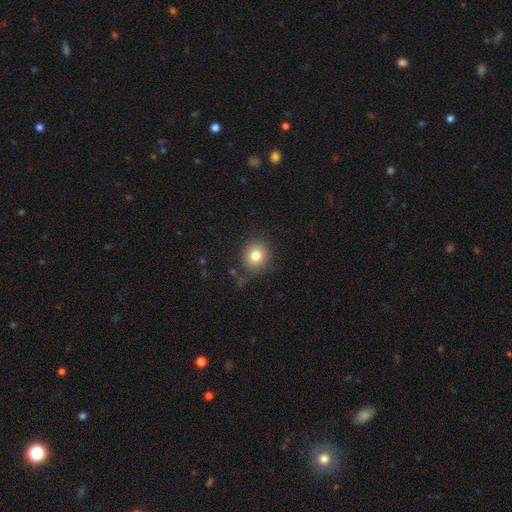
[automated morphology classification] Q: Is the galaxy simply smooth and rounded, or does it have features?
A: smooth — 81%.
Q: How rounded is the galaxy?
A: round — 84%.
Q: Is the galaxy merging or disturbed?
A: none — 83%.